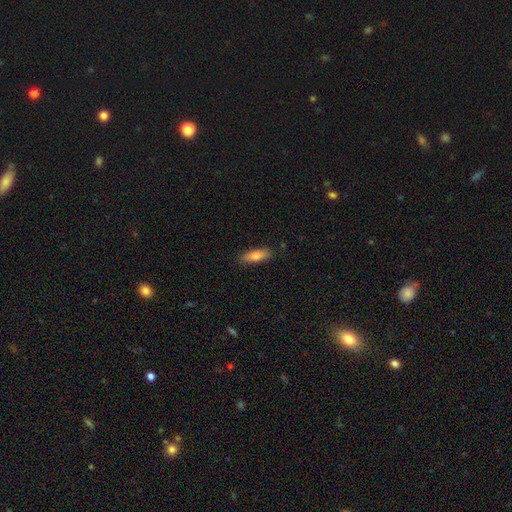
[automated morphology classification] smooth 77%, featured or disk 16%, star or artifact 6%. Down the decision tree: how rounded — in between (56%); merging — none (87%).